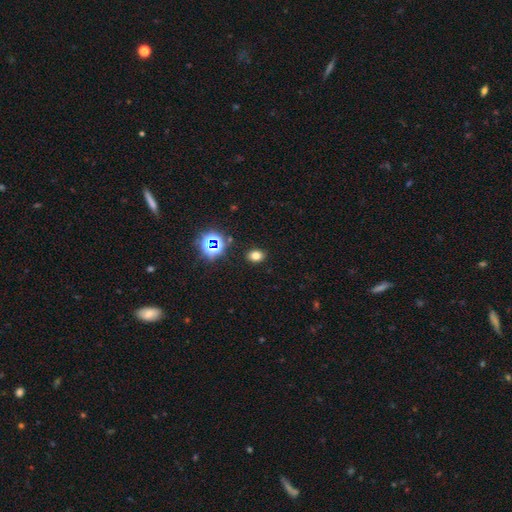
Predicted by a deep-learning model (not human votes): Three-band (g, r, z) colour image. It shows a smooth galaxy with no disk features (72%) that is in between round and cigar-shaped (61%). Merging: none (88%).